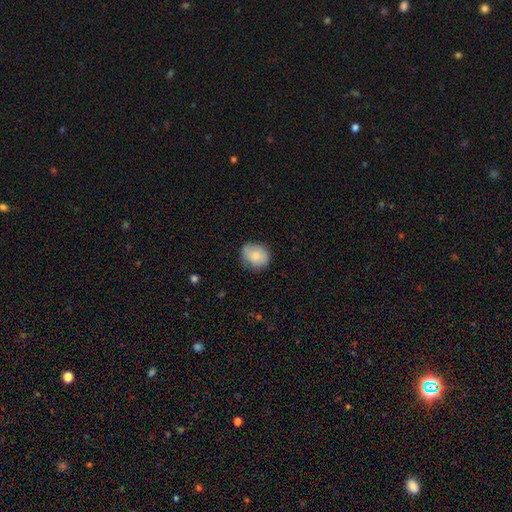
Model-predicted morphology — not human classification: Smooth or featured? smooth (79%)
How rounded? round (63%)
Merging? none (74%)